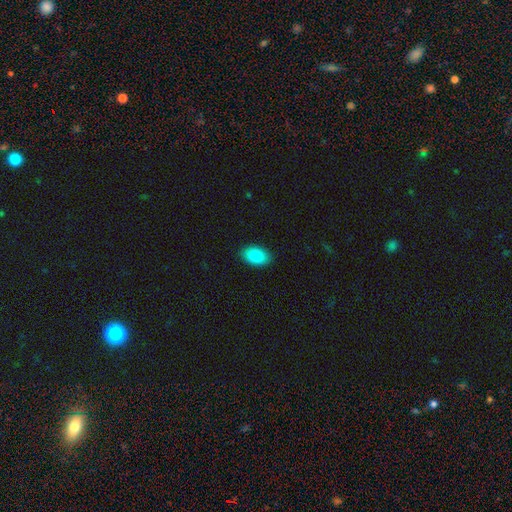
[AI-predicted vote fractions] This appears to be a smooth galaxy with no disk features (85%) that is in between round and cigar-shaped (90%). Merging: none (89%).